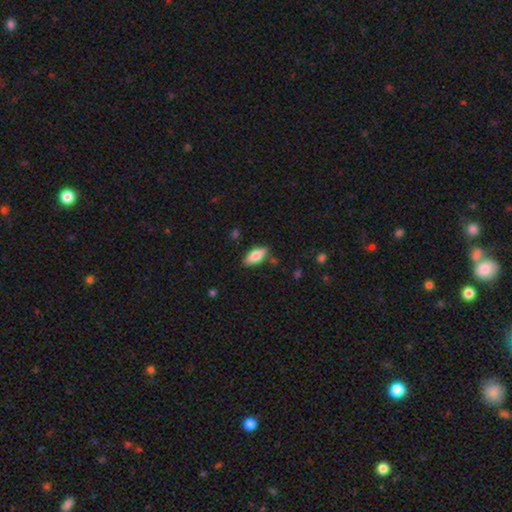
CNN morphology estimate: type=smooth (70%); roundness=in between (79%); merging=none (81%).